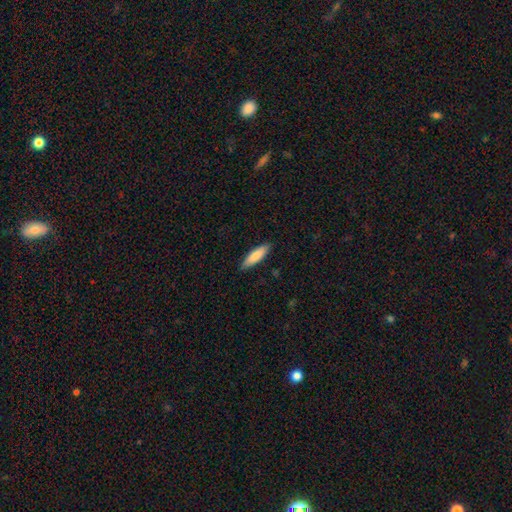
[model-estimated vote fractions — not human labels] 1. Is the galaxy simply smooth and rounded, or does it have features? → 80% smooth, 14% featured or disk, 5% star or artifact.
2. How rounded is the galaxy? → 63% cigar-shaped, 35% in between, 1% round.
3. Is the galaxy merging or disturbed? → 87% none, 10% minor disturbance, 2% major disturbance, 1% merger.